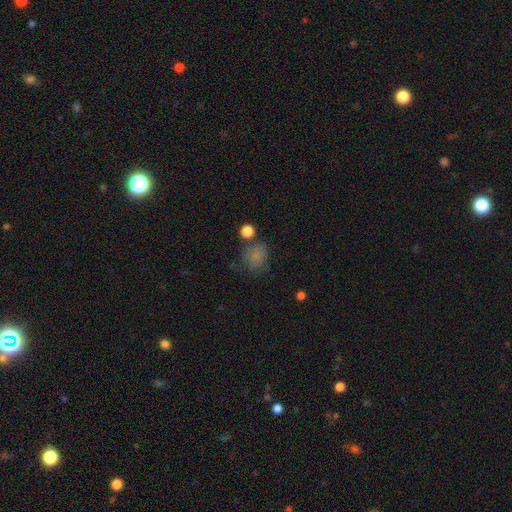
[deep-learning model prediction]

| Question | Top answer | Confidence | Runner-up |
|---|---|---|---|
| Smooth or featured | smooth | 76% | star or artifact (14%) |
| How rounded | round | 70% | in between (29%) |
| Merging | none | 59% | minor disturbance (21%) |